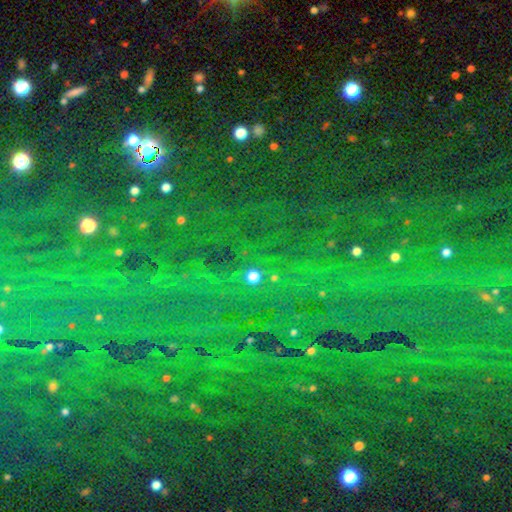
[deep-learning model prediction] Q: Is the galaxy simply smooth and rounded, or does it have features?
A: star or artifact — 84%.